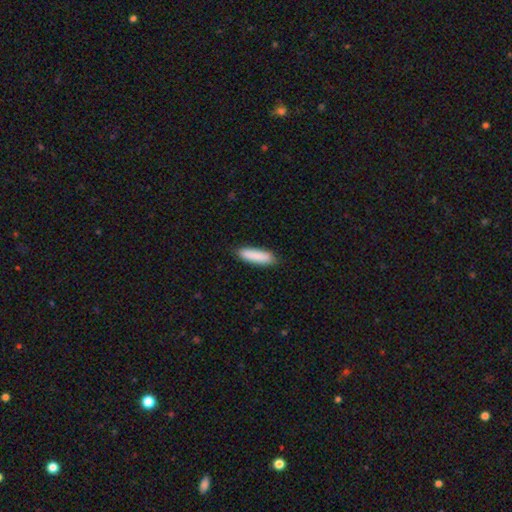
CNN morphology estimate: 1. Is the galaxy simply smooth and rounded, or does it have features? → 89% smooth, 6% star or artifact, 5% featured or disk.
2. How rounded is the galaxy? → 67% cigar-shaped, 32% in between, 1% round.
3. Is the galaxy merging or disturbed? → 87% none, 10% minor disturbance, 2% major disturbance, 1% merger.